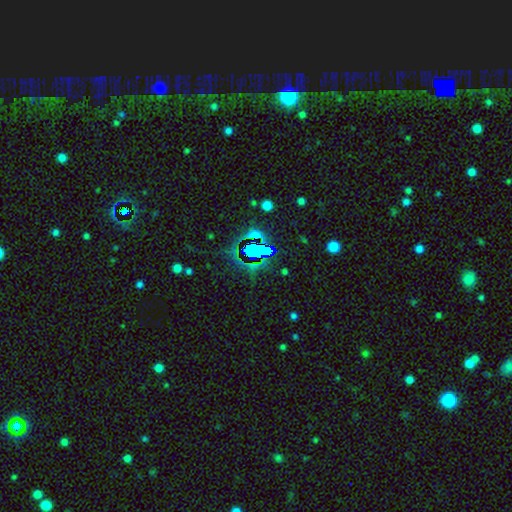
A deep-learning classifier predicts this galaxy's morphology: smooth_or_featured: star or artifact (p=0.65) [alt: smooth p=0.23]